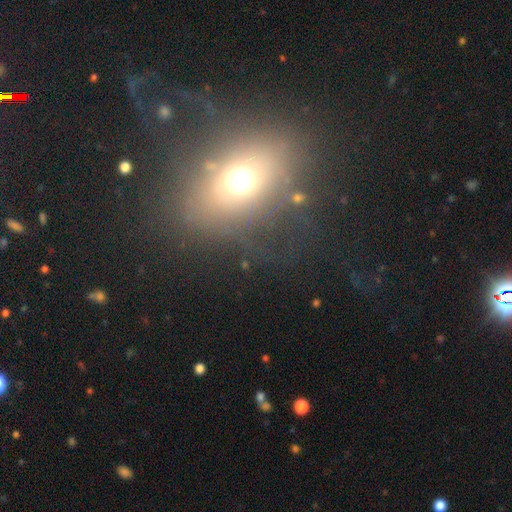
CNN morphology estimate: Q: Smooth or featured?
A: smooth (50%); runner-up: star or artifact (28%)
Q: Merging?
A: none (72%); runner-up: minor disturbance (14%)